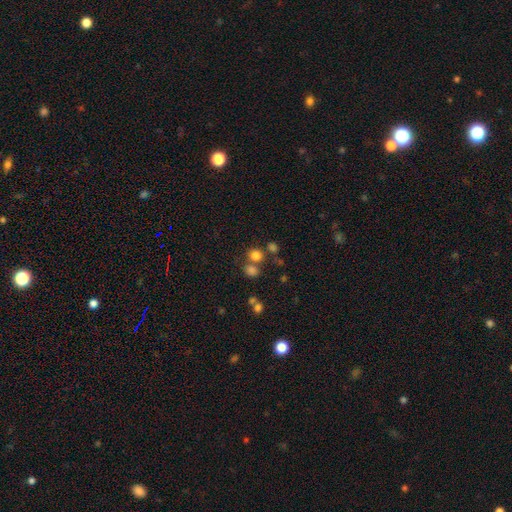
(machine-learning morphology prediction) This is likely a smooth galaxy (76%). How rounded: likely round (79%). Merging: likely none (60%).